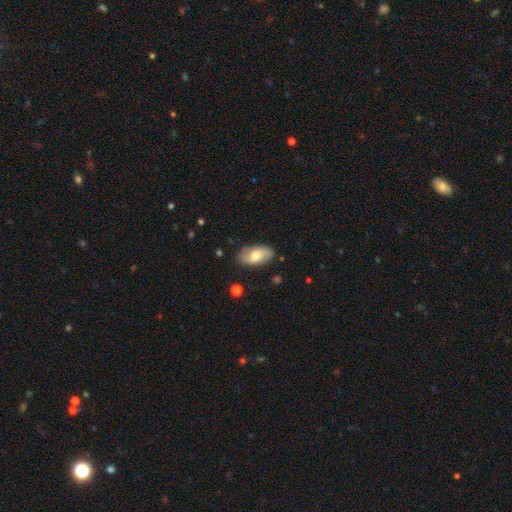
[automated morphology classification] This appears to be a smooth galaxy with no disk features (68%) that is in between round and cigar-shaped (94%). Merging: none (83%).